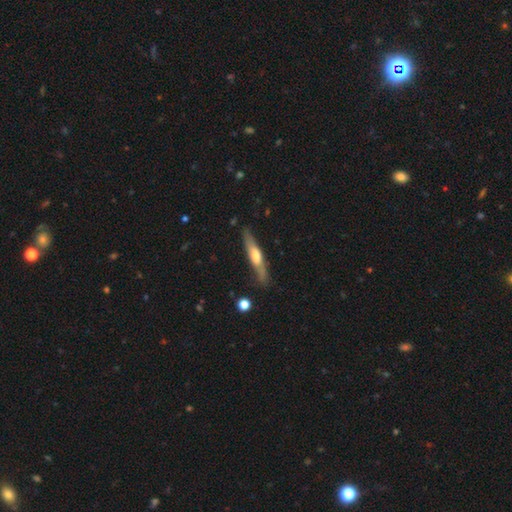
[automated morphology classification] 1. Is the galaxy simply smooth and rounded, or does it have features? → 57% featured or disk, 38% smooth, 5% star or artifact.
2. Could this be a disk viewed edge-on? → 88% yes, 12% no.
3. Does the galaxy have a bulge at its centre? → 74% rounded, 14% boxy, 12% none.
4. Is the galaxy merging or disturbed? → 81% none, 14% minor disturbance, 3% major disturbance, 2% merger.